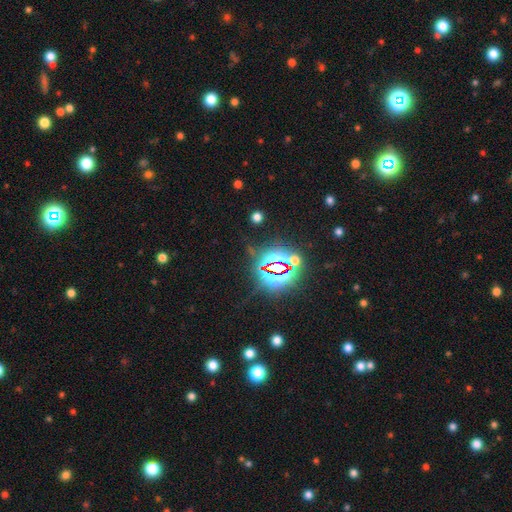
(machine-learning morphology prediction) smooth-or-featured: star or artifact: 81% | smooth: 12% | featured or disk: 8%